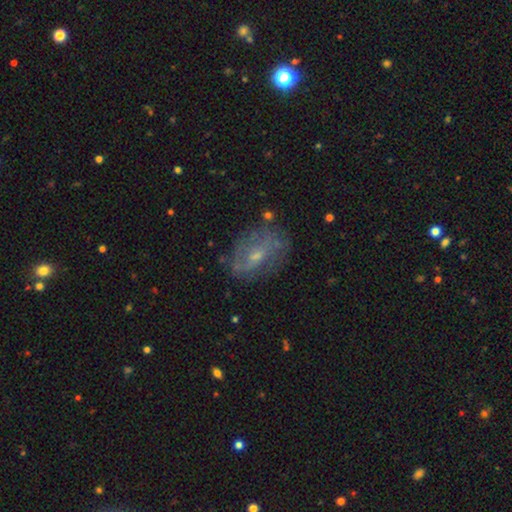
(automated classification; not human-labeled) A featured or disk galaxy (60%) with no bar (43%, tied with weak), spiral arms (59%) and a small central bulge (59%). Merging: none (68%).